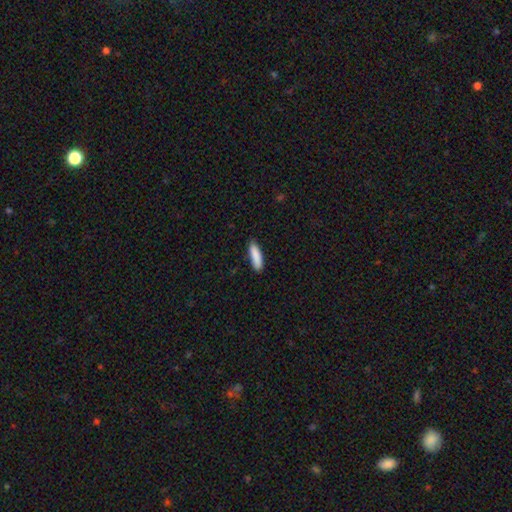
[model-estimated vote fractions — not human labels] A smooth galaxy with no disk features (89%) that is cigar-shaped (59%).

Vote fractions:
- Smooth or featured? smooth: 89% / star or artifact: 6% / featured or disk: 5%
- How rounded? cigar-shaped: 59% / in between: 39% / round: 1%
- Merging? none: 86% / minor disturbance: 11% / major disturbance: 2% / merger: 1%